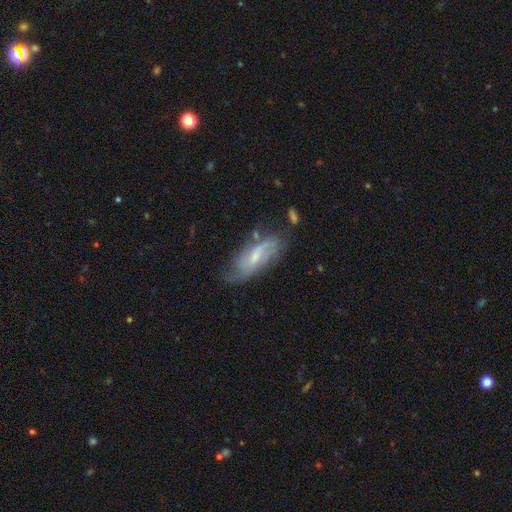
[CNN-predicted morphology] Overall: featured or disk (66%; smooth 27%). Edge-on disk: no (85%). Bar: weak (52%; no 34%). Spiral arms: yes (86%). Bulge size: small (52%; moderate 36%). Merging: none (63%; minor disturbance 24%).